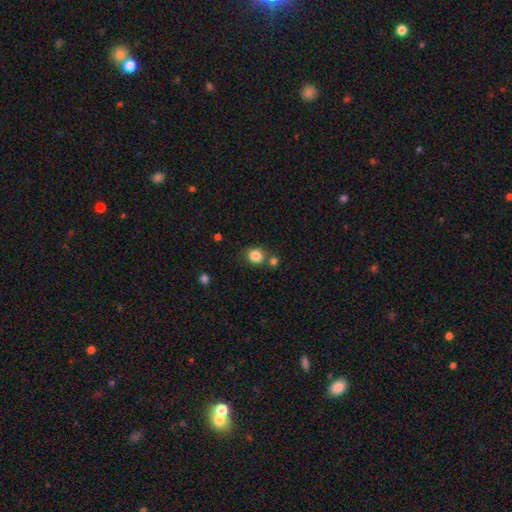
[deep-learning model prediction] A smooth galaxy with no disk features (84%) that is round (81%).

Vote fractions:
- Smooth or featured? smooth: 84% / star or artifact: 11% / featured or disk: 5%
- How rounded? round: 81% / in between: 18% / cigar-shaped: 1%
- Merging? none: 71% / merger: 16% / minor disturbance: 9% / major disturbance: 3%